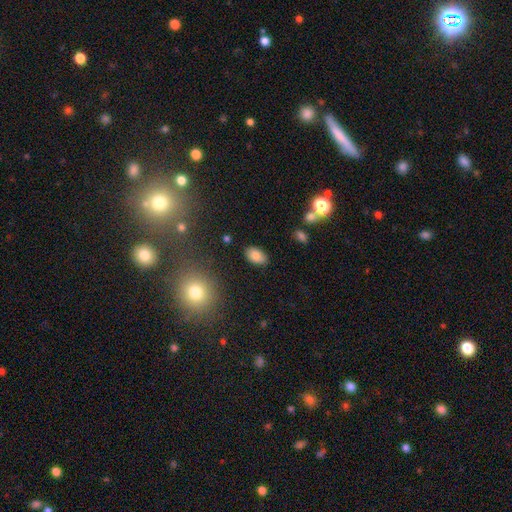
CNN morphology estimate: This is clearly a smooth galaxy (83%). How rounded: clearly in between (91%). Merging: clearly none (86%).